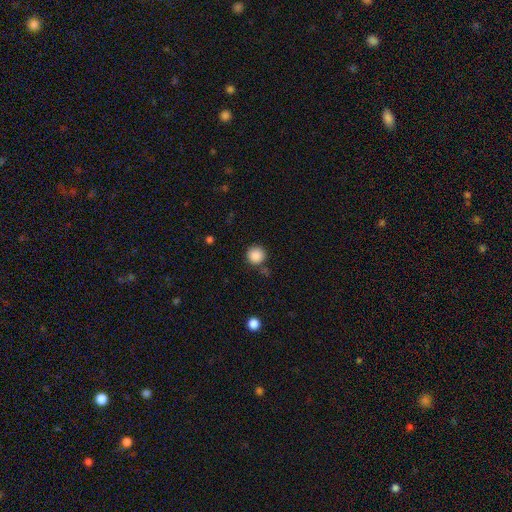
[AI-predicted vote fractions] Q: Smooth or featured?
A: smooth (88%); runner-up: star or artifact (9%)
Q: How rounded?
A: round (95%); runner-up: in between (4%)
Q: Merging?
A: none (82%); runner-up: minor disturbance (10%)